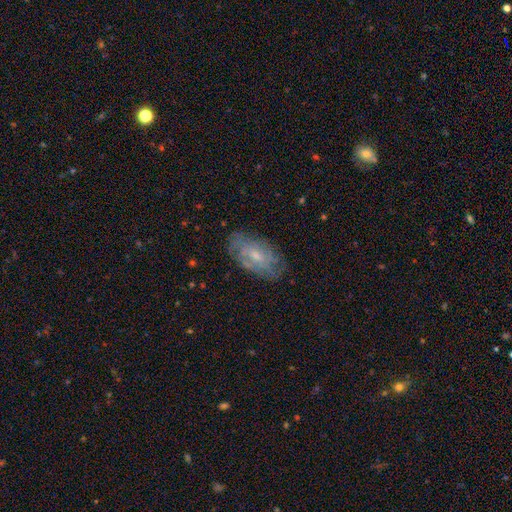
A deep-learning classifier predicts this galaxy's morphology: Smooth or featured?
  - featured or disk: 64% *
  - smooth: 28%
  - star or artifact: 8%
Edge-on disk?
  - no: 93% *
  - yes: 7%
Bar?
  - no: 59% *
  - weak: 36%
  - strong: 5%
Spiral arms?
  - yes: 79% *
  - no: 21%
Bulge size?
  - small: 58% *
  - moderate: 35%
  - none: 4%
  - large: 2%
  - dominant: 1%
Merging?
  - none: 74% *
  - minor disturbance: 19%
  - major disturbance: 6%
  - merger: 1%